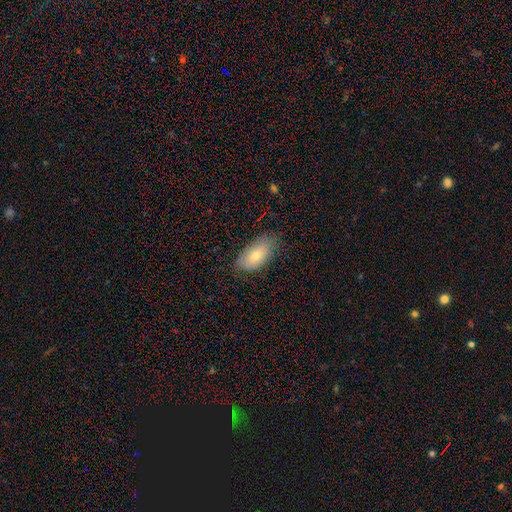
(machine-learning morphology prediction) The model was most divided on "smooth or featured": smooth: 72%, featured or disk: 21%, star or artifact: 8%. More confident: how rounded — in between (92%); merging — none (74%).